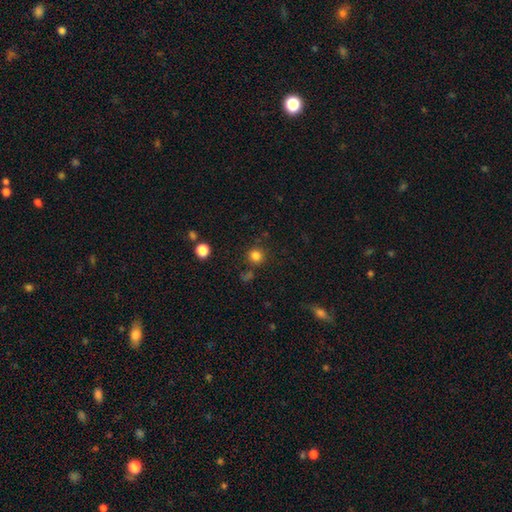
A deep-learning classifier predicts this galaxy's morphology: Smooth or featured: smooth — 82% (star or artifact — 14%)
How rounded: round — 92% (in between — 7%)
Merging: none — 83% (minor disturbance — 8%)